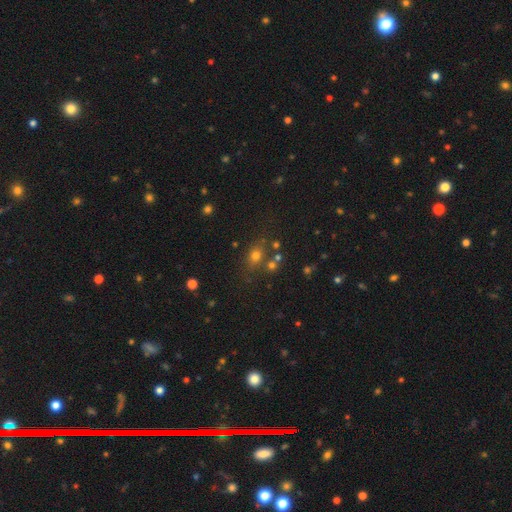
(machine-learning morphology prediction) A smooth galaxy with no disk features (67%) that is round (57%).

Vote fractions:
- Smooth or featured? smooth: 67% / star or artifact: 21% / featured or disk: 12%
- How rounded? round: 57% / in between: 41% / cigar-shaped: 2%
- Merging? none: 69% / minor disturbance: 13% / merger: 13% / major disturbance: 5%